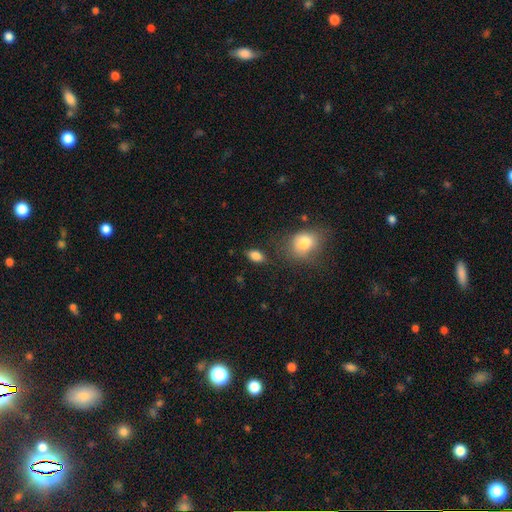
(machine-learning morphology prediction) This appears to be a smooth galaxy with no disk features (86%) that is in between round and cigar-shaped (88%). Merging: none (76%).